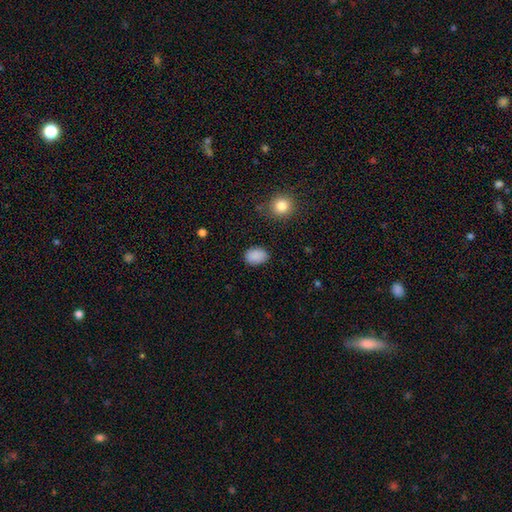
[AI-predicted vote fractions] This appears to be a smooth galaxy with no disk features (88%) that is in between round and cigar-shaped (75%). Merging: none (84%).